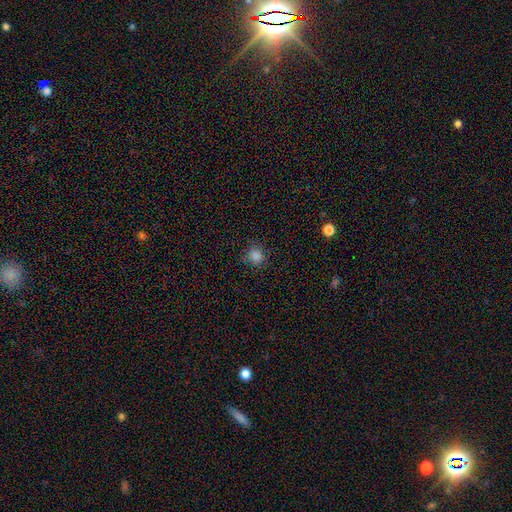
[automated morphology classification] This is clearly a smooth galaxy (83%). How rounded: clearly round (87%). Merging: clearly none (86%).